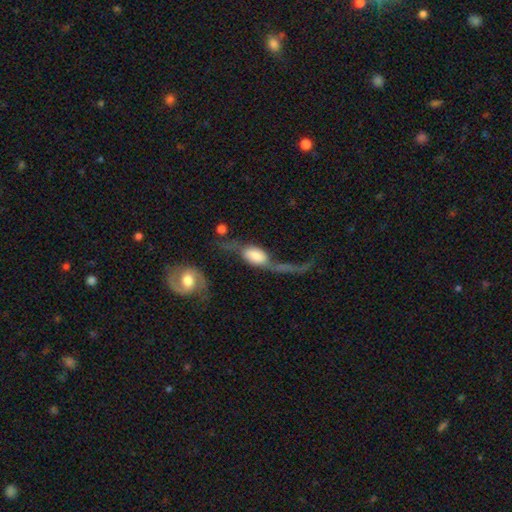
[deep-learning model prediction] Overall: featured or disk (49%; smooth 43%). Merging: major disturbance (38%; merger 28%).